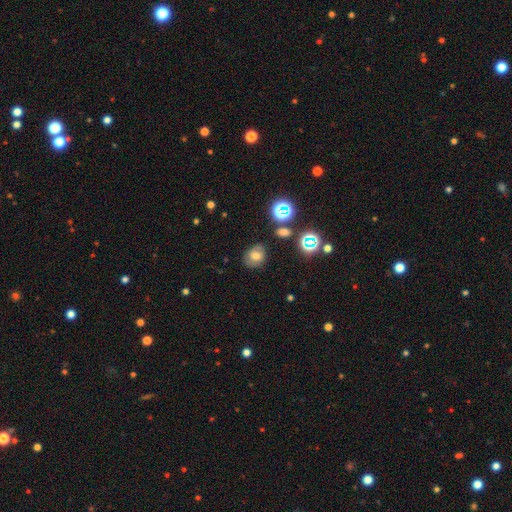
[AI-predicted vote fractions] Smooth or featured?
  - smooth: 64% *
  - star or artifact: 18%
  - featured or disk: 18%
How rounded?
  - round: 52% *
  - in between: 46%
  - cigar-shaped: 1%
Merging?
  - none: 76% *
  - minor disturbance: 16%
  - major disturbance: 5%
  - merger: 4%